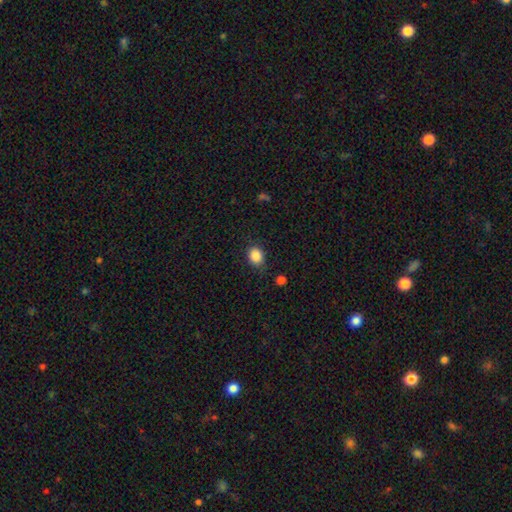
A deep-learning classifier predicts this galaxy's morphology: Smooth or featured? smooth (87%)
How rounded? round (62%)
Merging? none (81%)